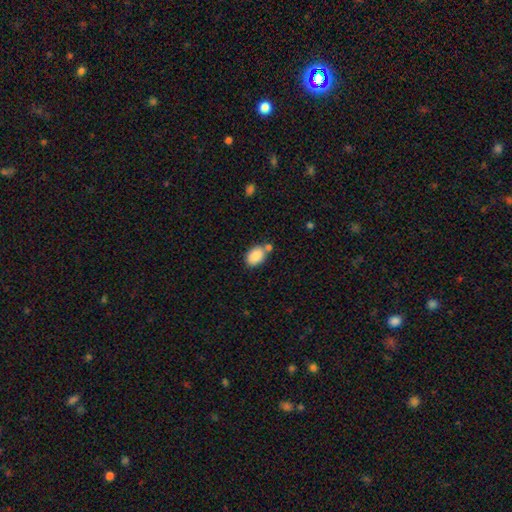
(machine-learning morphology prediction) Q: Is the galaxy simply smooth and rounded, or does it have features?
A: smooth — 87%.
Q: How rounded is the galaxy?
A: in between — 88%.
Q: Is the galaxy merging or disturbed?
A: none — 63%.